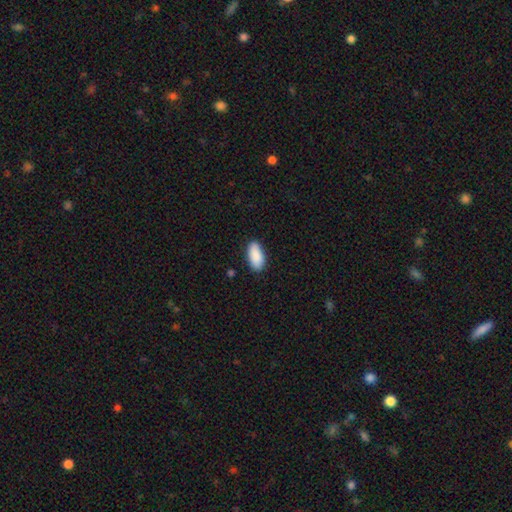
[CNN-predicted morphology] This appears to be a smooth galaxy with no disk features (90%) that is in between round and cigar-shaped (91%). Merging: none (85%).